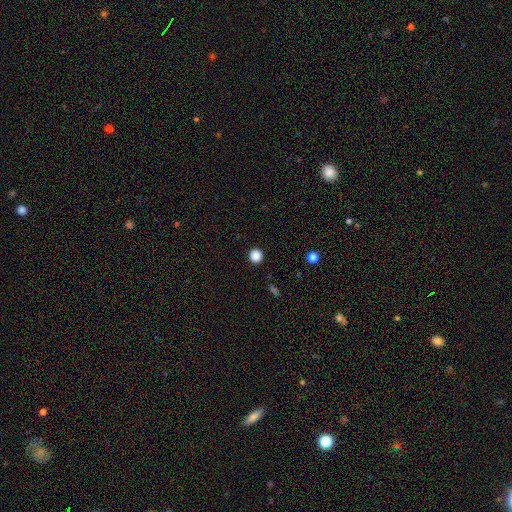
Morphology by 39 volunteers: type=smooth (87%); roundness=round (100%); merging=none (94%).